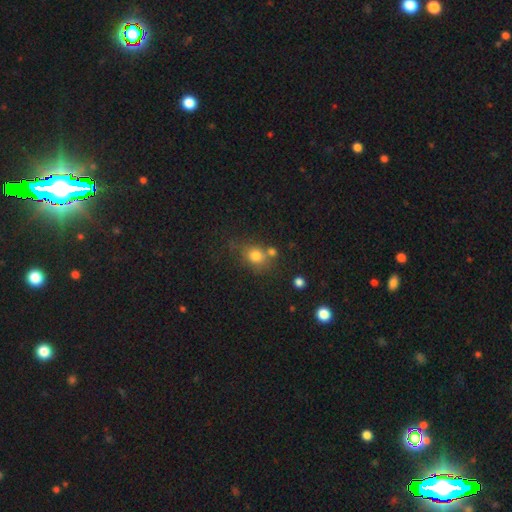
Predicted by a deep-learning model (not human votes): smooth 78%, star or artifact 12%, featured or disk 10%. Down the decision tree: how rounded — round (61%); merging — none (55%).